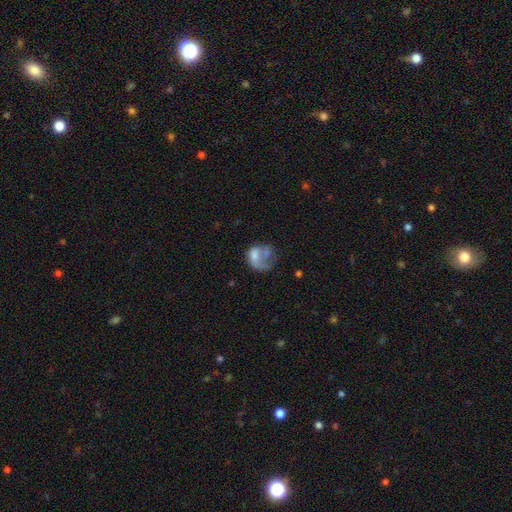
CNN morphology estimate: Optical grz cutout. It shows a smooth galaxy with no disk features (46%). Merging: major disturbance (45%).